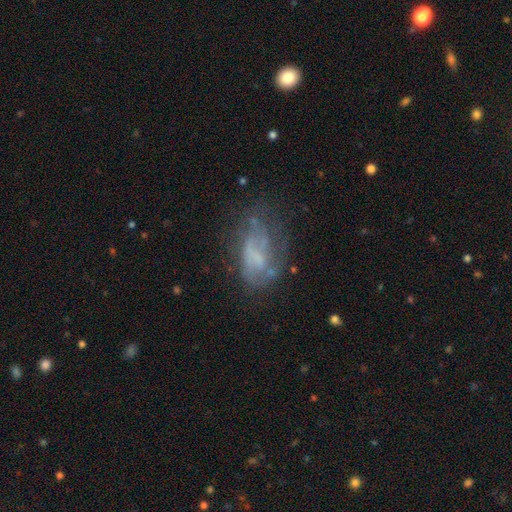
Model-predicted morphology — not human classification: Smooth or featured: featured or disk — 57% (smooth — 30%)
Edge-on disk: no — 96% (yes — 4%)
Bar: no — 73% (weak — 21%)
Spiral arms: no — 66% (yes — 34%)
Bulge size: none — 63% (small — 20%)
Merging: none — 40% (major disturbance — 30%)